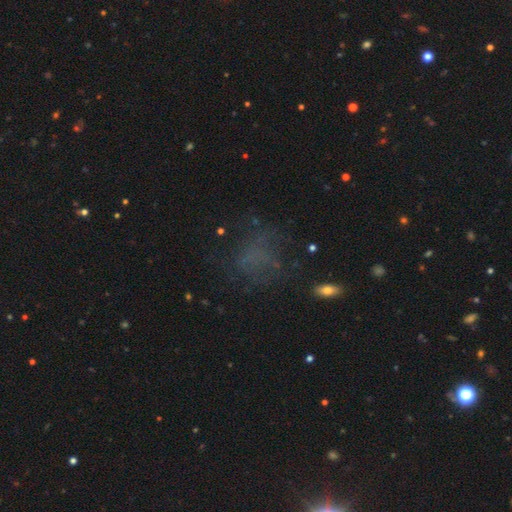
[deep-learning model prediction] Overall: smooth (42%; star or artifact 34%). Merging: none (58%; major disturbance 22%).